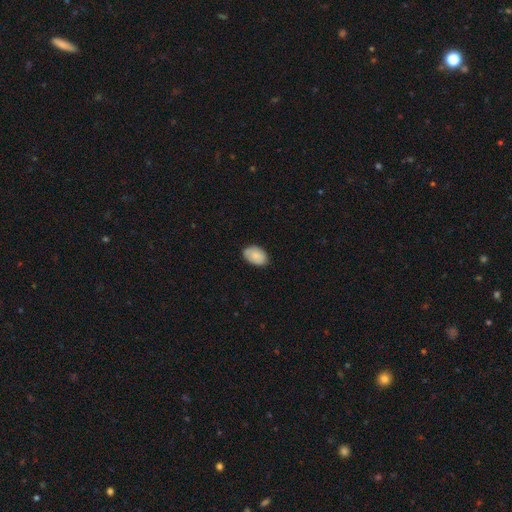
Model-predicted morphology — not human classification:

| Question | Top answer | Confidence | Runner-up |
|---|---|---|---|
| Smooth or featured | smooth | 83% | featured or disk (10%) |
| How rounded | in between | 88% | round (11%) |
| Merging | none | 79% | minor disturbance (17%) |